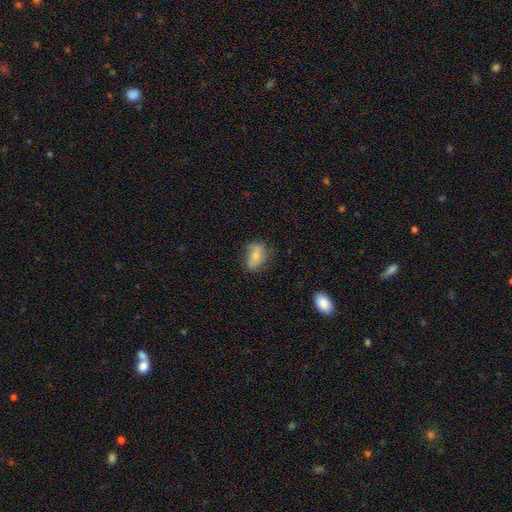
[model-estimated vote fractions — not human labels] A smooth galaxy with no disk features (70%) that is in between round and cigar-shaped (82%).

Vote fractions:
- Smooth or featured? smooth: 70% / featured or disk: 21% / star or artifact: 8%
- How rounded? in between: 82% / round: 13% / cigar-shaped: 5%
- Merging? none: 63% / minor disturbance: 27% / major disturbance: 8% / merger: 2%